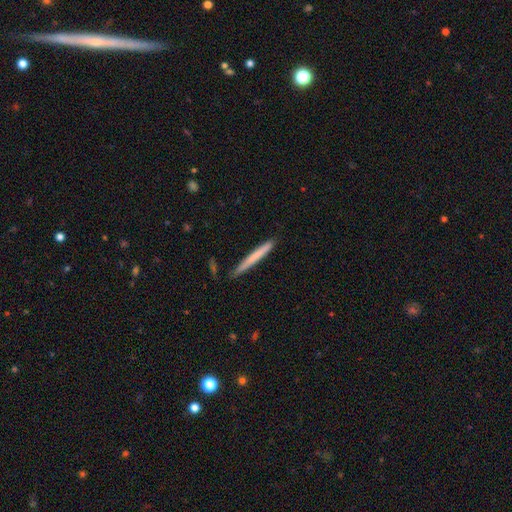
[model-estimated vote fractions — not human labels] Smooth or featured? Predicted: smooth (p=0.67). How rounded? Predicted: cigar-shaped (p=0.97). Merging? Predicted: none (p=0.86).